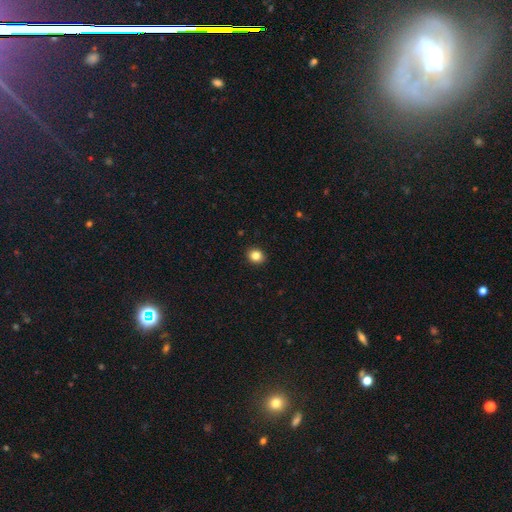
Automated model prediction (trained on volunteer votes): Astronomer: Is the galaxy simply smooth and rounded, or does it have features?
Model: smooth — 85%.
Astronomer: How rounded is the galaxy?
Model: round — 66%.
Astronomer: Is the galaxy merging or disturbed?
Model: none — 92%.